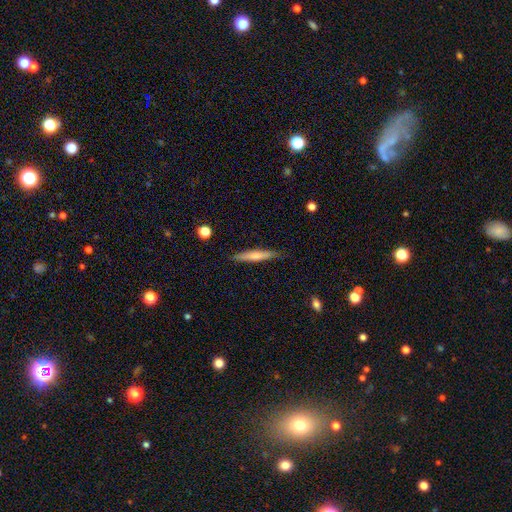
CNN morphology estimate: Smooth or featured?
  - smooth: 60% *
  - featured or disk: 34%
  - star or artifact: 6%
How rounded?
  - cigar-shaped: 93% *
  - in between: 6%
  - round: 1%
Merging?
  - none: 86% *
  - minor disturbance: 11%
  - major disturbance: 2%
  - merger: 1%